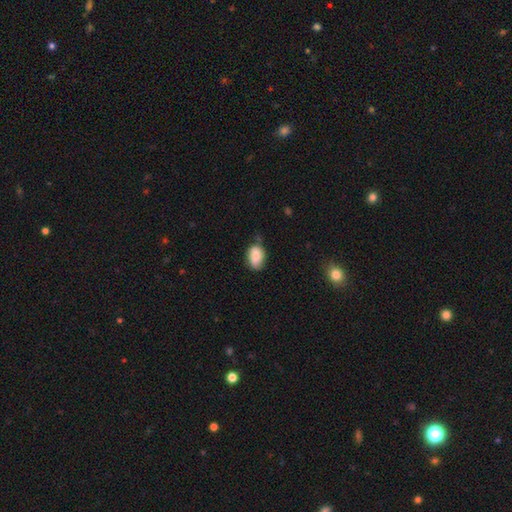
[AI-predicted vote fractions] Smooth or featured? Predicted: smooth (p=0.79). How rounded? Predicted: in between (p=0.84). Merging? Predicted: none (p=0.53).